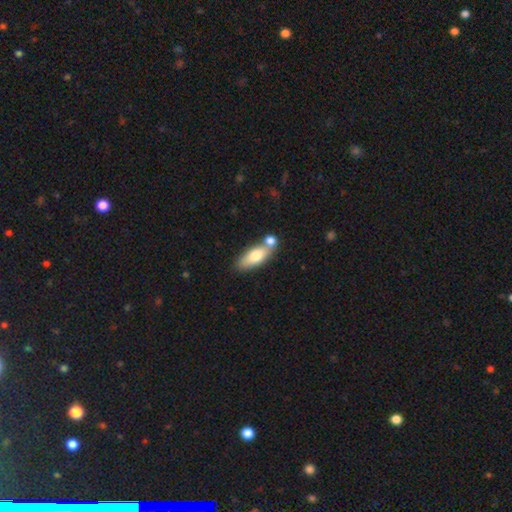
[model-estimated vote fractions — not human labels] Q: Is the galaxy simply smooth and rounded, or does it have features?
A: smooth — 70%.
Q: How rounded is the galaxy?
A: in between — 72%.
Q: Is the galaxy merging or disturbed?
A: none — 55%.